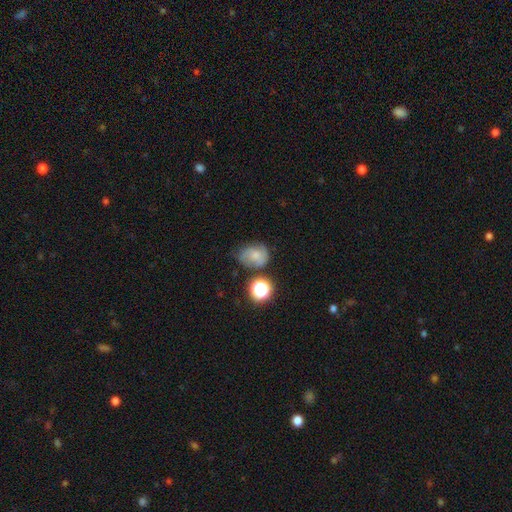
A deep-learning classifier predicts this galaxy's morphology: Smooth or featured? smooth (57%)
How rounded? round (50%)
Merging? none (50%)